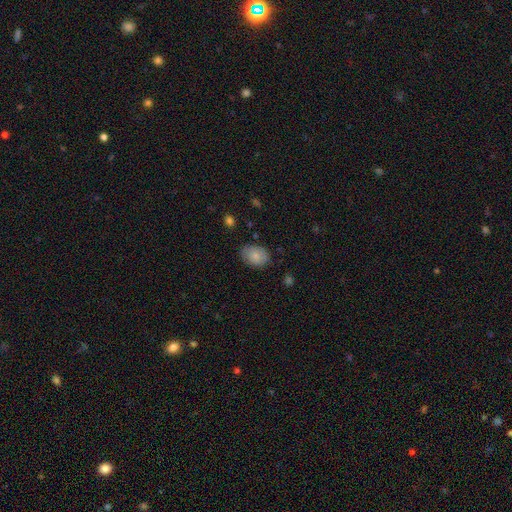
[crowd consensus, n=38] Overall: smooth (89%). How rounded: in between (68%; round 29%). Merging: none (83%).